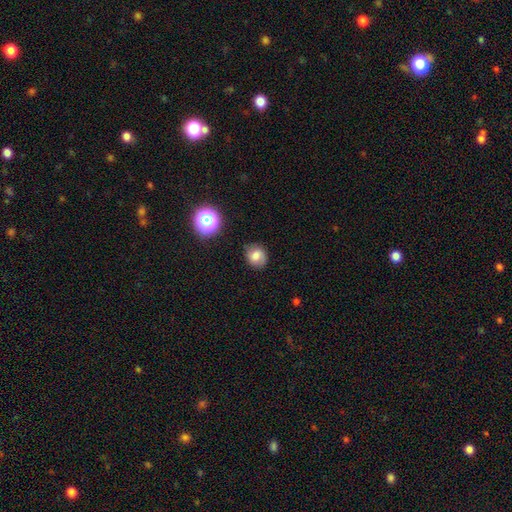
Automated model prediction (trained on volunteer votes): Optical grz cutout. It shows a smooth galaxy with no disk features (73%) that is round (72%). Merging: none (78%).